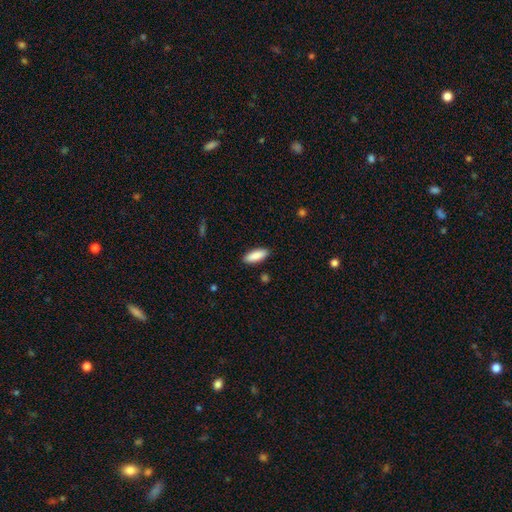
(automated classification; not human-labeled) Morphology: type=smooth (89%); roundness=in between (68%); merging=none (89%).